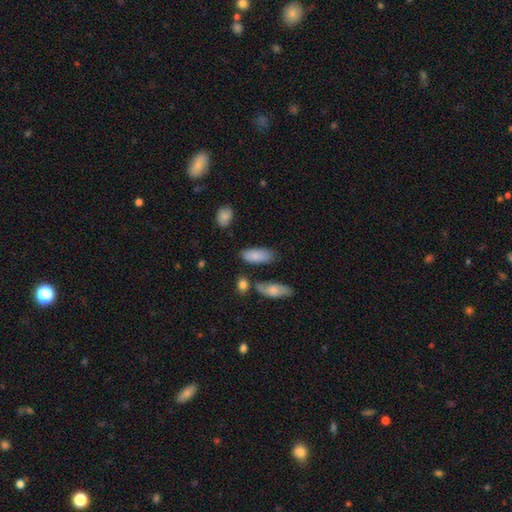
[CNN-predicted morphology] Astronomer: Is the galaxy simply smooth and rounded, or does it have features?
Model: smooth — 83%.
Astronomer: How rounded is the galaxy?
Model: in between — 88%.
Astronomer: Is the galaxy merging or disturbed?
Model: none — 69%.